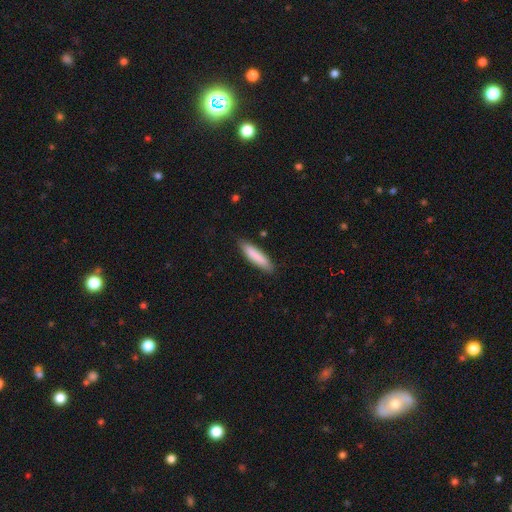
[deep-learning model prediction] A smooth galaxy with no disk features (86%) that is cigar-shaped (78%).

Vote fractions:
- Smooth or featured? smooth: 86% / featured or disk: 9% / star or artifact: 5%
- How rounded? cigar-shaped: 78% / in between: 21% / round: 1%
- Merging? none: 86% / minor disturbance: 11% / major disturbance: 2% / merger: 1%